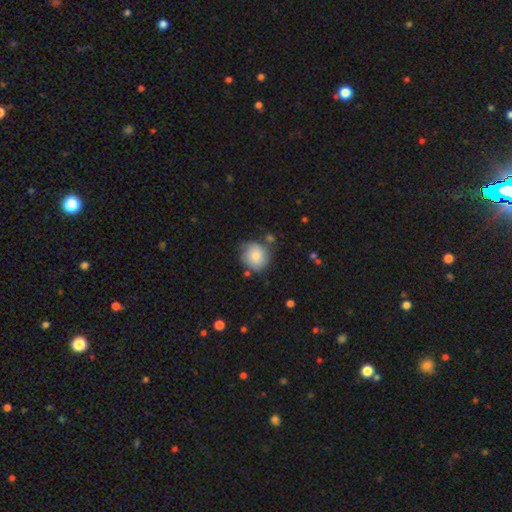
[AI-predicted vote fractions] Smooth or featured: smooth — 83% (featured or disk — 10%)
How rounded: round — 85% (in between — 14%)
Merging: none — 70% (minor disturbance — 19%)